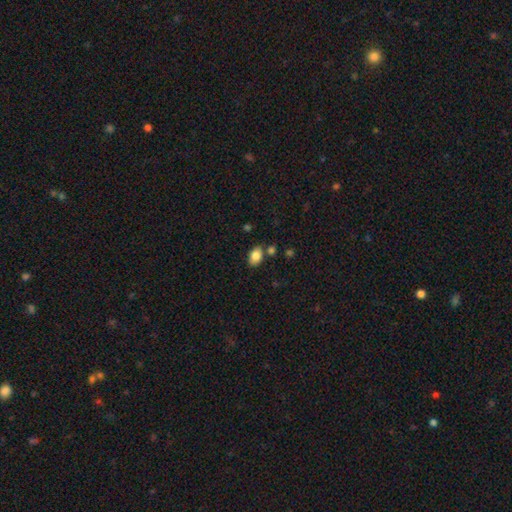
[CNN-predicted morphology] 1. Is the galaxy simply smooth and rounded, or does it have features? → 85% smooth, 8% star or artifact, 7% featured or disk.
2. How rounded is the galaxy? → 85% in between, 14% round, 1% cigar-shaped.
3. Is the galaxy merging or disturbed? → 72% none, 14% minor disturbance, 10% merger, 3% major disturbance.